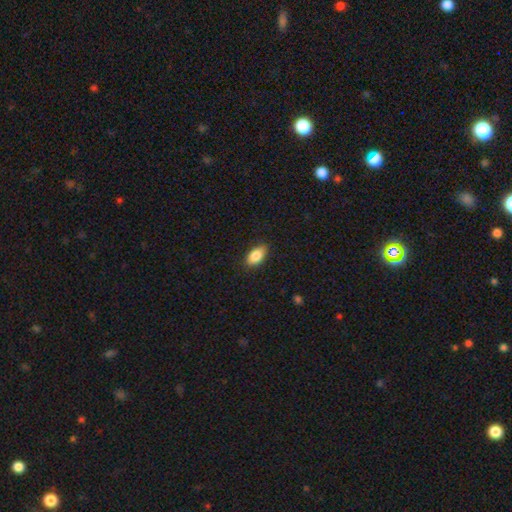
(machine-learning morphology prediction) Smooth or featured? Predicted: smooth (p=0.86). How rounded? Predicted: in between (p=0.91). Merging? Predicted: none (p=0.83).